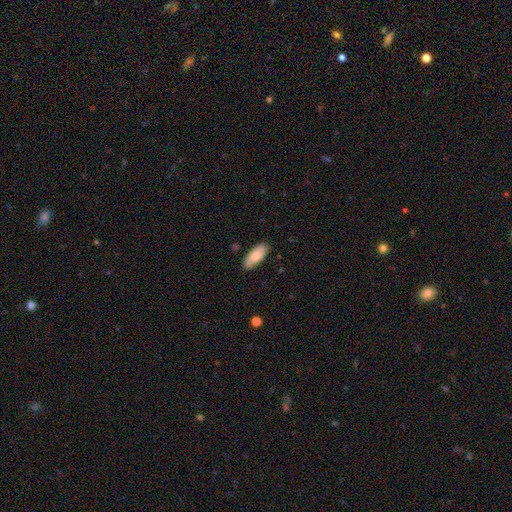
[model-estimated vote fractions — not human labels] Smooth or featured: smooth — 80% (featured or disk — 14%)
How rounded: in between — 80% (cigar-shaped — 18%)
Merging: none — 85% (minor disturbance — 12%)